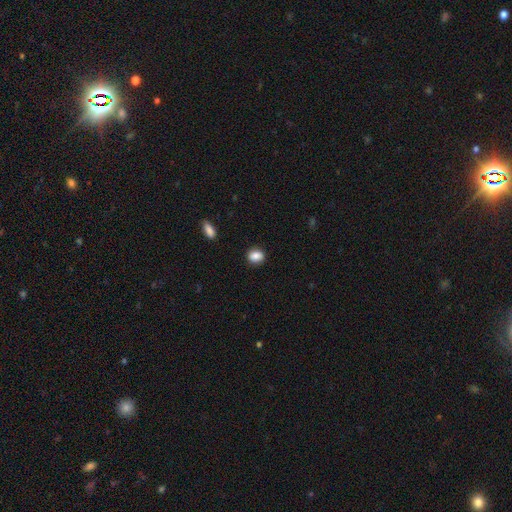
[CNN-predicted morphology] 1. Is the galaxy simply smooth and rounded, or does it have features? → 86% smooth, 8% star or artifact, 5% featured or disk.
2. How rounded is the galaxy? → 50% round, 49% in between, 1% cigar-shaped.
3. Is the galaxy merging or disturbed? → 87% none, 9% minor disturbance, 2% major disturbance, 1% merger.